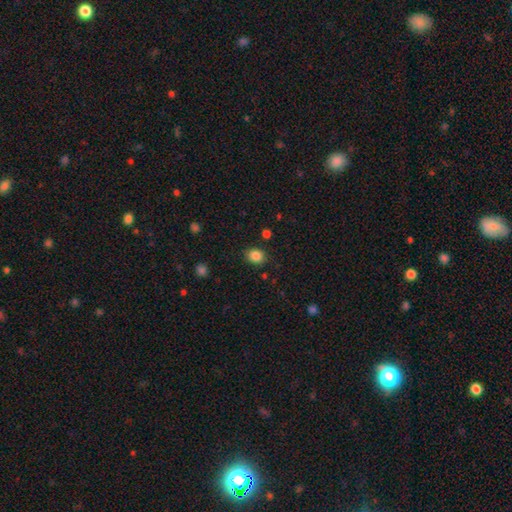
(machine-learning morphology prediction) type=smooth (85%); roundness=round (58%); merging=none (87%).